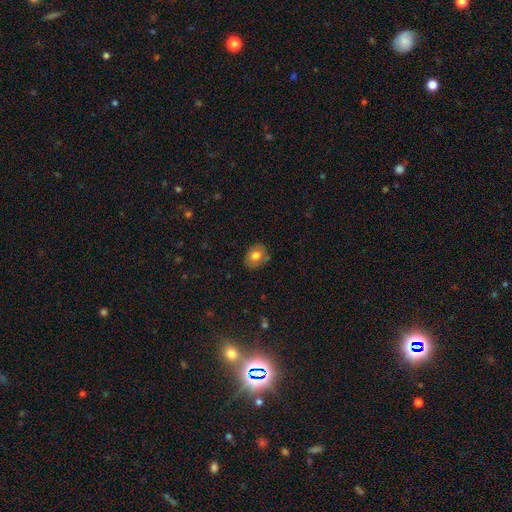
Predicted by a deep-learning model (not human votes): A smooth galaxy with no disk features (76%) that is round (55%).

Vote fractions:
- Smooth or featured? smooth: 76% / featured or disk: 15% / star or artifact: 9%
- How rounded? round: 55% / in between: 44% / cigar-shaped: 1%
- Merging? none: 82% / minor disturbance: 14% / major disturbance: 2% / merger: 2%